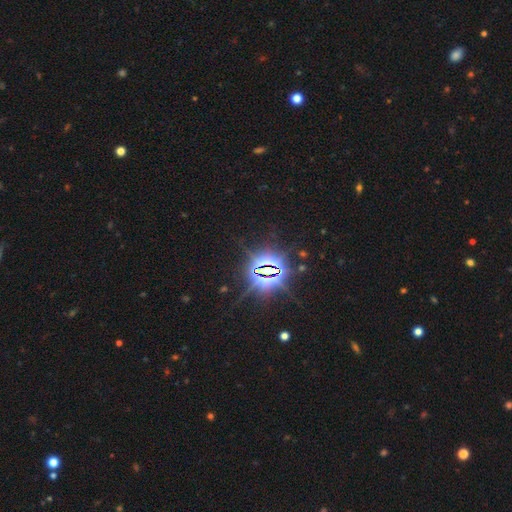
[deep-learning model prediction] Q: Smooth or featured?
A: star or artifact (85%); runner-up: smooth (8%)